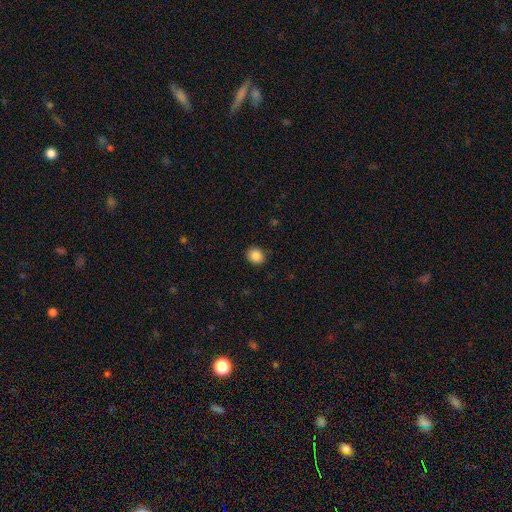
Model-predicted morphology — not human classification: type=smooth (86%); roundness=round (77%); merging=none (89%).